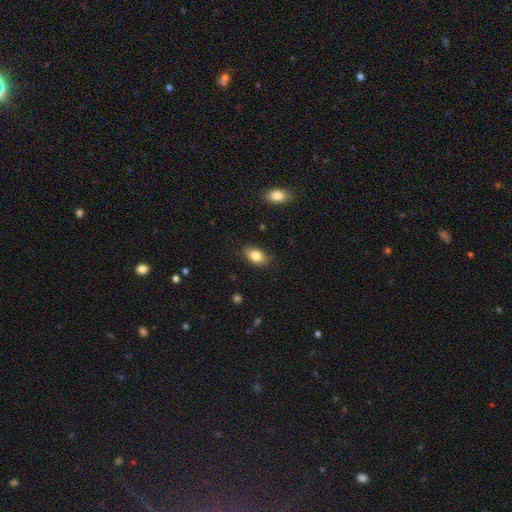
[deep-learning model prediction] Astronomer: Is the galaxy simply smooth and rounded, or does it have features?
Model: smooth — 82%.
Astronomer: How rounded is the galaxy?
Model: in between — 89%.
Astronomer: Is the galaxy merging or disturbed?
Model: none — 85%.